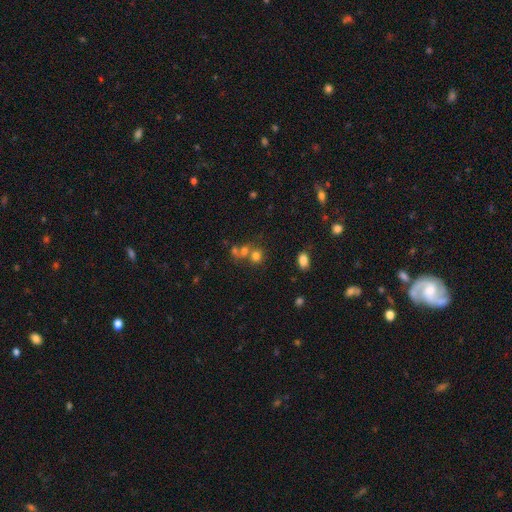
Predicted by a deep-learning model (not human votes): A smooth galaxy with no disk features (70%) that is round (70%). Merging: merger (43%).